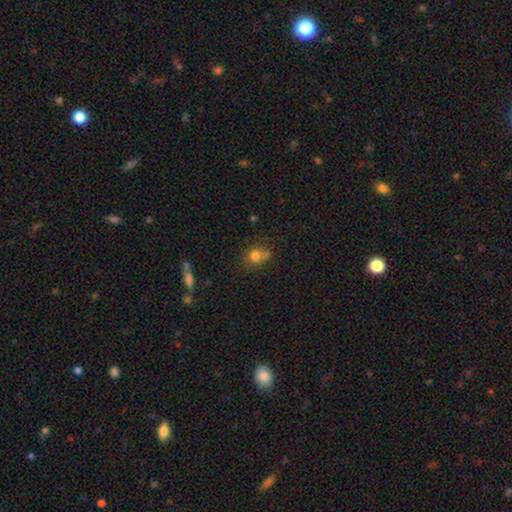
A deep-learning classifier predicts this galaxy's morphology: smooth-or-featured: smooth: 76% | star or artifact: 13% | featured or disk: 11%
  how-rounded: round: 73% | in between: 26% | cigar-shaped: 1%
  merging: none: 46% | merger: 30% | minor disturbance: 17% | major disturbance: 7%